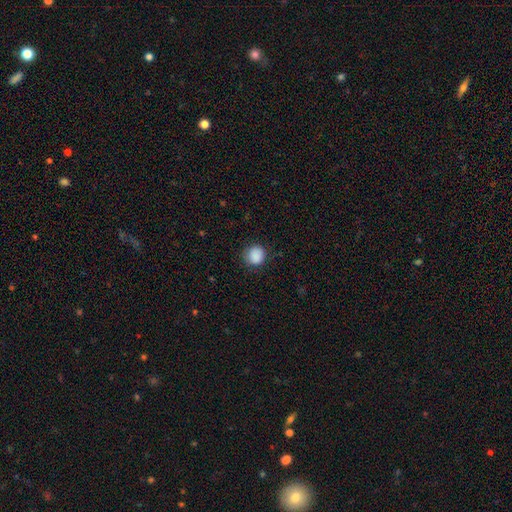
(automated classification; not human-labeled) This is clearly a smooth galaxy (88%). How rounded: clearly round (88%). Merging: clearly none (81%).